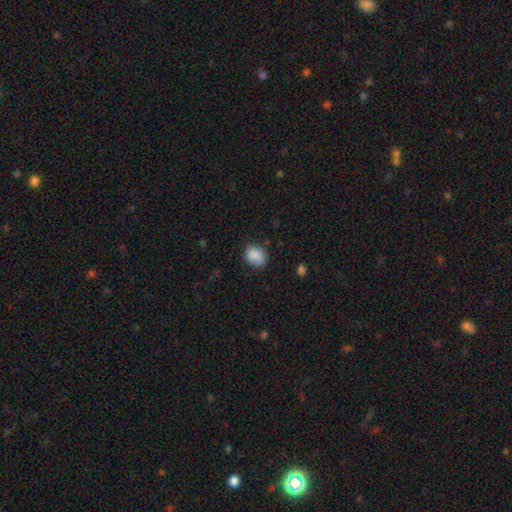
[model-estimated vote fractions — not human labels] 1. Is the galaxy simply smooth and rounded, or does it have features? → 88% smooth, 8% star or artifact, 4% featured or disk.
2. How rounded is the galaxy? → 51% in between, 48% round, 1% cigar-shaped.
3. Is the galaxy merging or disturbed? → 78% none, 17% minor disturbance, 4% major disturbance, 1% merger.